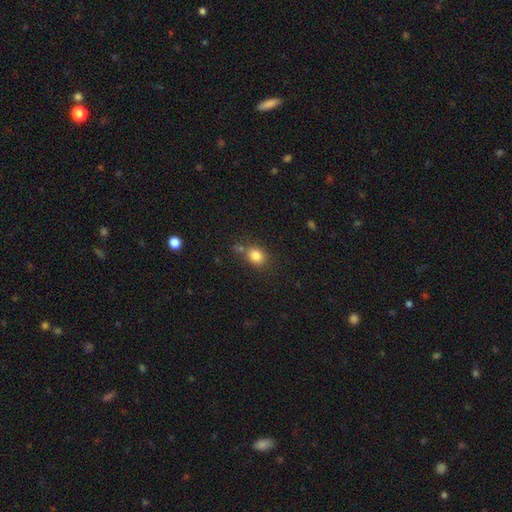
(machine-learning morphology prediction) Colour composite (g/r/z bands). It shows a smooth galaxy with no disk features (82%) that is round (67%). Merging: none (69%).